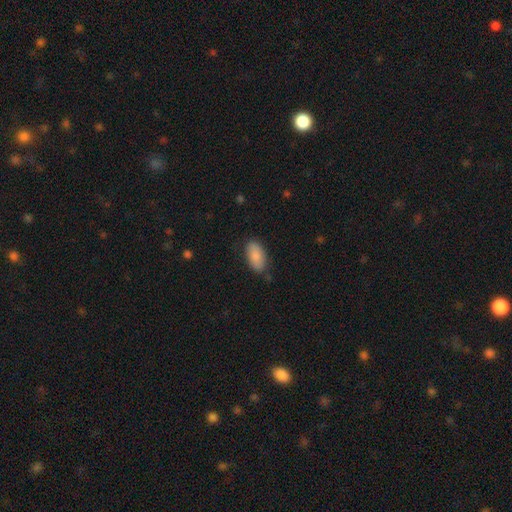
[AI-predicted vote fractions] This is clearly a smooth galaxy (85%). How rounded: clearly in between (94%). Merging: clearly none (80%).